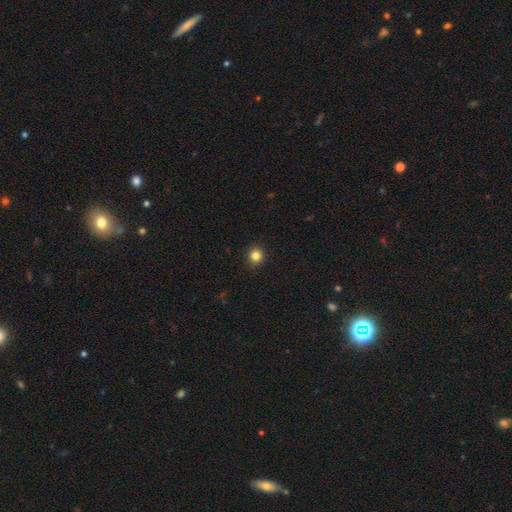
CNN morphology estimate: The model was most divided on "smooth or featured": smooth: 84%, star or artifact: 12%, featured or disk: 4%. More confident: merging — none (92%); how rounded — round (92%).